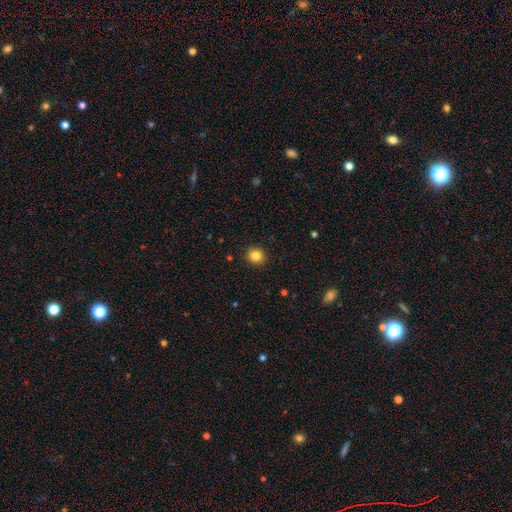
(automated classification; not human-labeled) Smooth or featured? smooth (83%)
How rounded? round (86%)
Merging? none (92%)